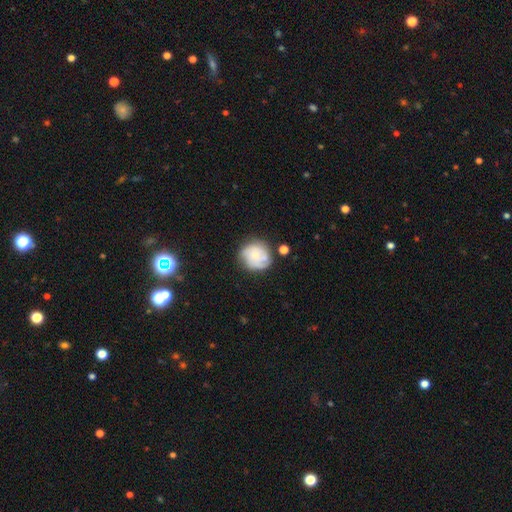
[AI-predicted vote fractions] featured or disk 46% (tied), smooth 46% (tied), star or artifact 8%. Down the decision tree: merging — none (66%).